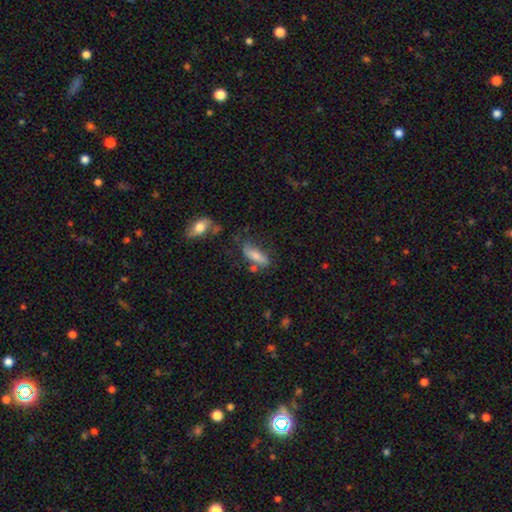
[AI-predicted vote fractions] Smooth or featured? smooth (71%)
How rounded? in between (60%)
Merging? none (50%)